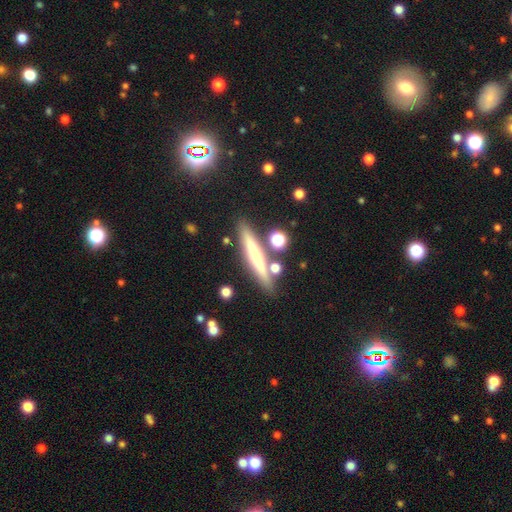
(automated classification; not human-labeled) Smooth or featured? smooth (46%)
Merging? none (80%)